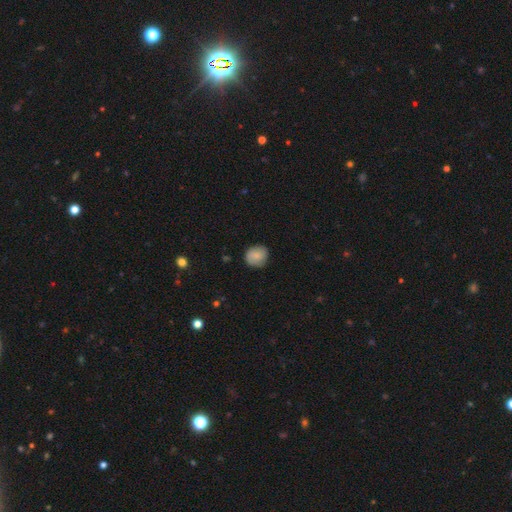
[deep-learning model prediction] Smooth or featured: smooth — 79% (featured or disk — 14%)
How rounded: round — 85% (in between — 14%)
Merging: none — 80% (minor disturbance — 16%)